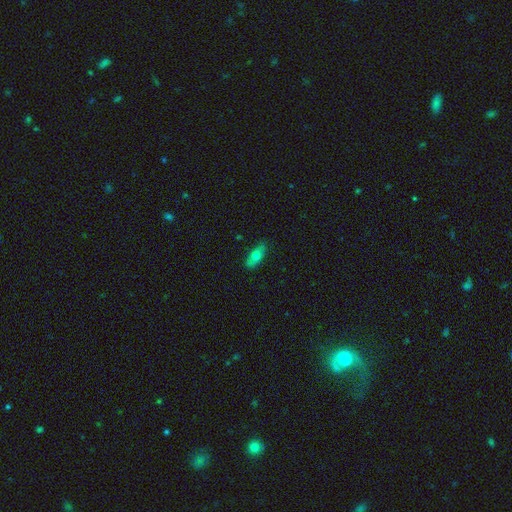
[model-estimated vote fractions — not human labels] A smooth galaxy with no disk features (68%) that is in between round and cigar-shaped (73%).

Vote fractions:
- Smooth or featured? smooth: 68% / featured or disk: 24% / star or artifact: 8%
- How rounded? in between: 73% / cigar-shaped: 24% / round: 4%
- Merging? none: 78% / minor disturbance: 17% / major disturbance: 3% / merger: 2%